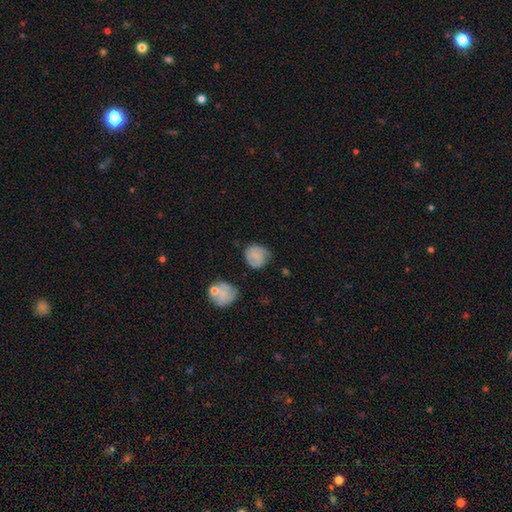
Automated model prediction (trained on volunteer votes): smooth_or_featured: smooth (p=0.68) [alt: featured or disk p=0.23]
how_rounded: round (p=0.77) [alt: in between p=0.22]
merging: none (p=0.62) [alt: minor disturbance p=0.26]